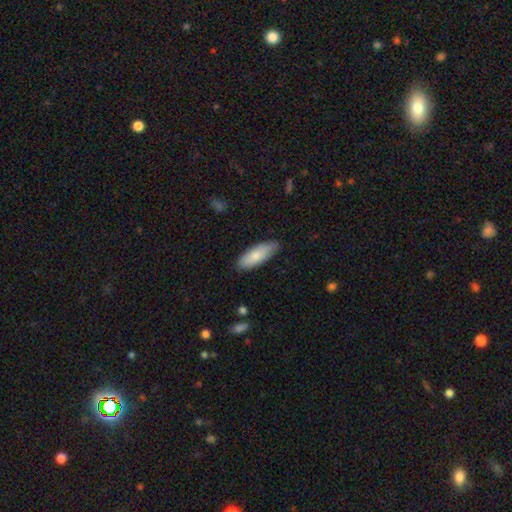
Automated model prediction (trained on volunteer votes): Smooth or featured: smooth — 80% (featured or disk — 15%)
How rounded: in between — 68% (cigar-shaped — 30%)
Merging: none — 83% (minor disturbance — 14%)